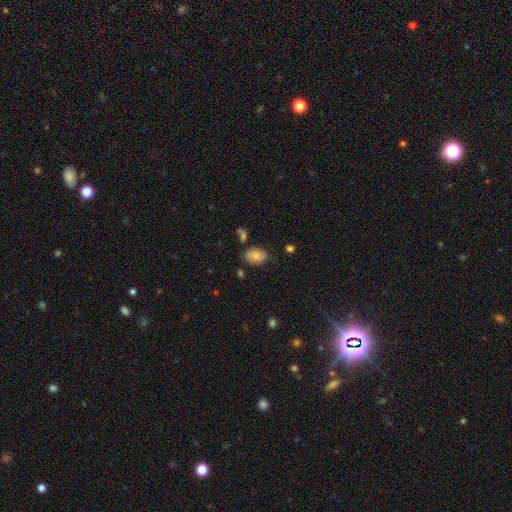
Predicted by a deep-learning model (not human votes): Q: Smooth or featured?
A: smooth (71%); runner-up: featured or disk (20%)
Q: How rounded?
A: in between (81%); runner-up: round (17%)
Q: Merging?
A: none (69%); runner-up: minor disturbance (21%)